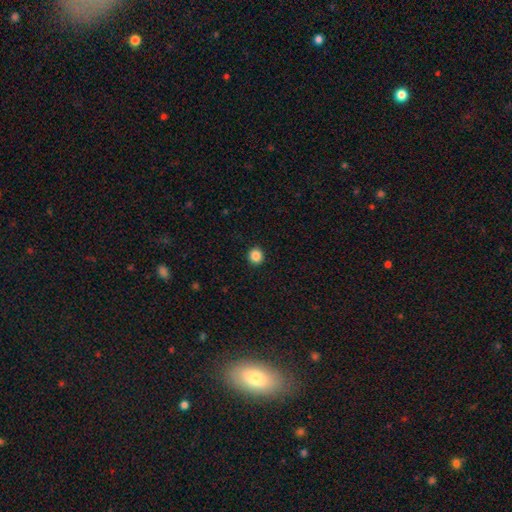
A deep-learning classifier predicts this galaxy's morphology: Smooth or featured? smooth (86%)
How rounded? round (91%)
Merging? none (93%)